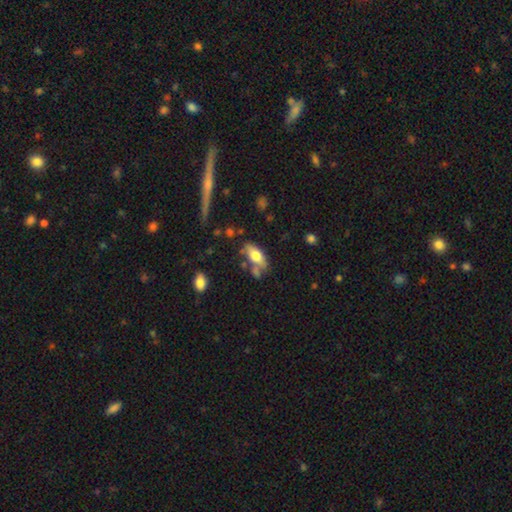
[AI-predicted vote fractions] A smooth galaxy with no disk features (68%) that is in between round and cigar-shaped (81%).

Vote fractions:
- Smooth or featured? smooth: 68% / featured or disk: 25% / star or artifact: 7%
- How rounded? in between: 81% / cigar-shaped: 16% / round: 3%
- Merging? none: 55% / minor disturbance: 20% / merger: 17% / major disturbance: 8%